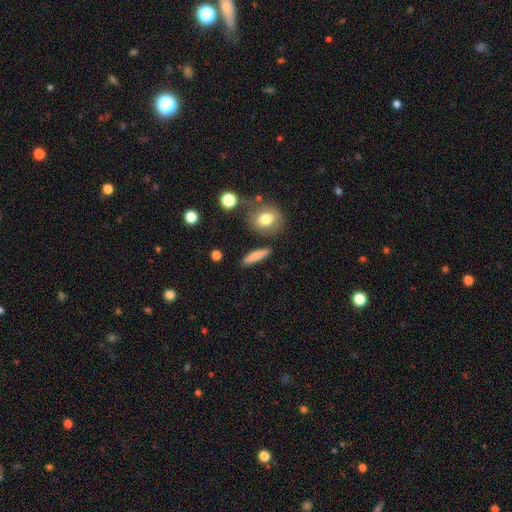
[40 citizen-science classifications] This is clearly a smooth galaxy (82%). How rounded: likely cigar-shaped (67%). Merging: clearly none (88%).